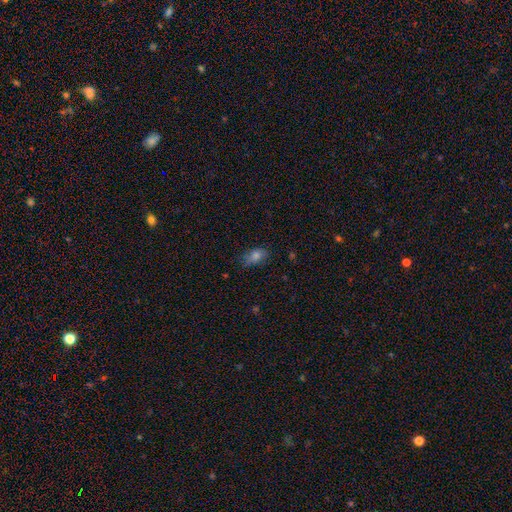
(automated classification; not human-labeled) Smooth or featured? smooth (75%)
How rounded? in between (83%)
Merging? none (68%)